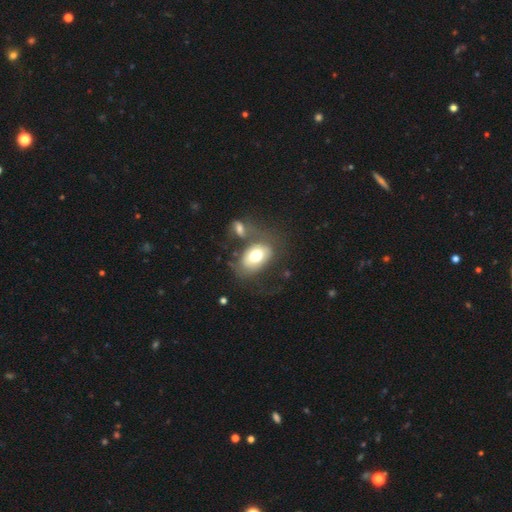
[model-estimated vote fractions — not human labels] Smooth or featured: smooth — 67% (featured or disk — 25%)
How rounded: in between — 82% (round — 17%)
Merging: none — 42% (merger — 25%)